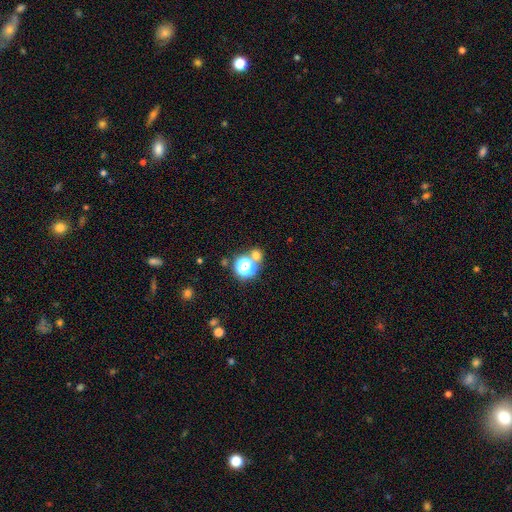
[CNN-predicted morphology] Smooth or featured? Predicted: smooth (p=0.61). How rounded? Predicted: round (p=0.81). Merging? Predicted: none (p=0.64).